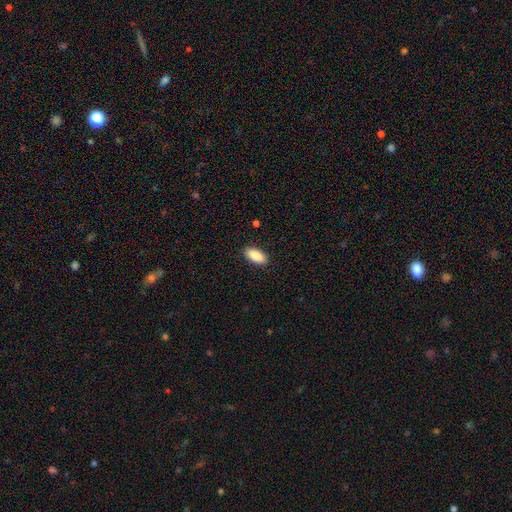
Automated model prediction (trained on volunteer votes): Smooth or featured? Predicted: smooth (p=0.89). How rounded? Predicted: in between (p=0.90). Merging? Predicted: none (p=0.90).